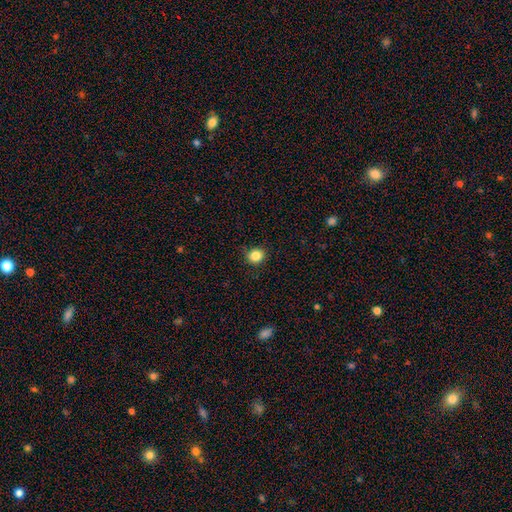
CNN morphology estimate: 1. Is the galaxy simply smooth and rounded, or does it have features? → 85% smooth, 11% star or artifact, 4% featured or disk.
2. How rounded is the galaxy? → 85% round, 14% in between, 1% cigar-shaped.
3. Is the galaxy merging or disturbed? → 86% none, 11% minor disturbance, 2% major disturbance, 1% merger.